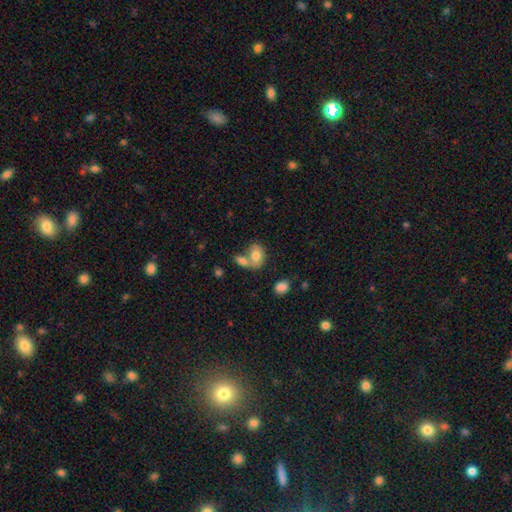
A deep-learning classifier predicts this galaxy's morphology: This appears to be a smooth galaxy with no disk features (76%) that is in between round and cigar-shaped (70%). Merging: merger (53%).